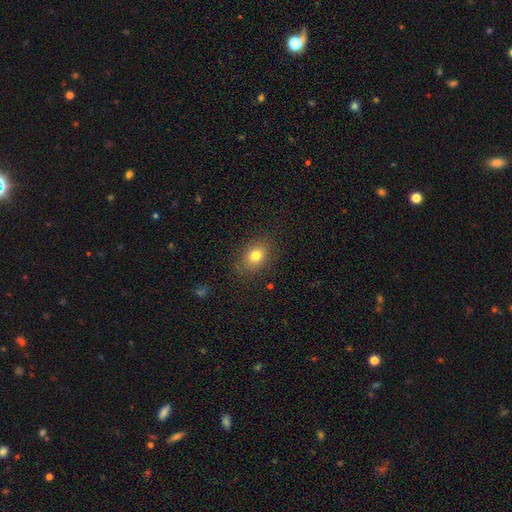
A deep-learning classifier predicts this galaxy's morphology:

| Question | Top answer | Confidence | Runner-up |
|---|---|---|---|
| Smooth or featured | smooth | 79% | star or artifact (11%) |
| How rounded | in between | 59% | round (40%) |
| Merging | none | 83% | minor disturbance (12%) |